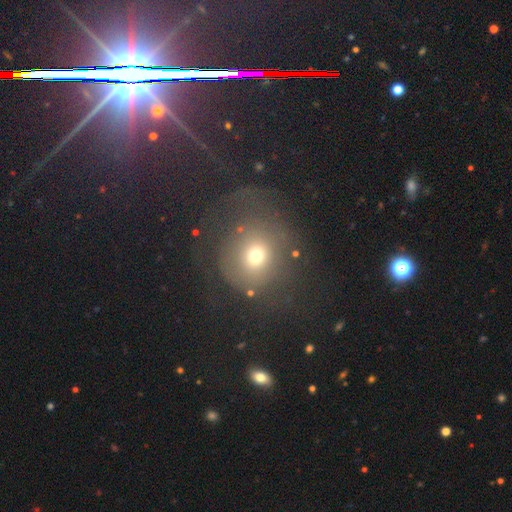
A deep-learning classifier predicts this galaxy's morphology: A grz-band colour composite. It shows a smooth galaxy with no disk features (59%) that is round (85%). Merging: none (51%).